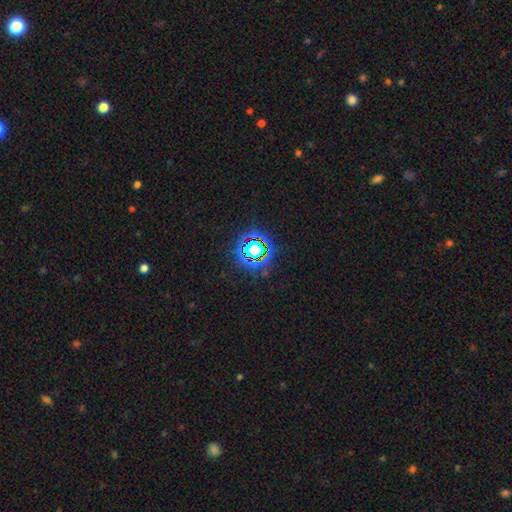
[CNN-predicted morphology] A star or artifact, not a galaxy (79%).

Vote fractions:
- Smooth or featured? star or artifact: 79% / smooth: 13% / featured or disk: 8%